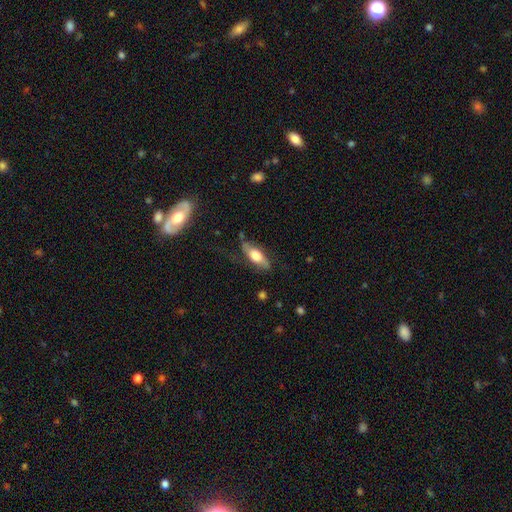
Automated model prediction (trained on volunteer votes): smooth 52%, featured or disk 42%, star or artifact 6%. Down the decision tree: how rounded — in between (69%); merging — none (60%).